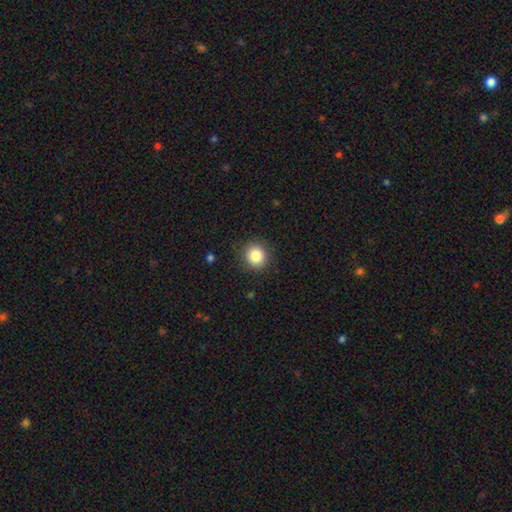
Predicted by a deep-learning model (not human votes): Smooth or featured: smooth — 85% (star or artifact — 10%)
How rounded: round — 87% (in between — 12%)
Merging: none — 89% (minor disturbance — 7%)